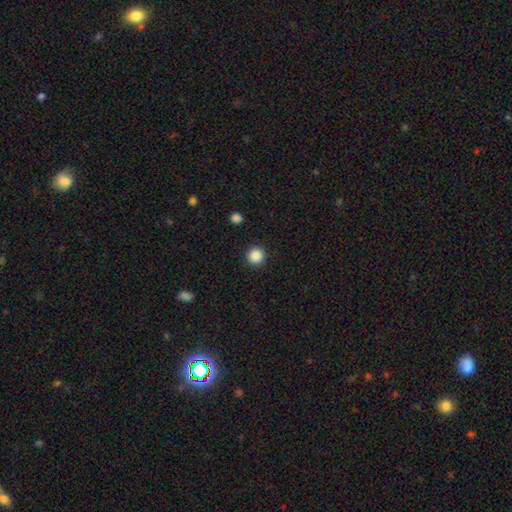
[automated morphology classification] A smooth galaxy with no disk features (88%) that is round (95%).

Vote fractions:
- Smooth or featured? smooth: 88% / star or artifact: 10% / featured or disk: 3%
- How rounded? round: 95% / in between: 4% / cigar-shaped: 1%
- Merging? none: 92% / minor disturbance: 5% / major disturbance: 2% / merger: 1%